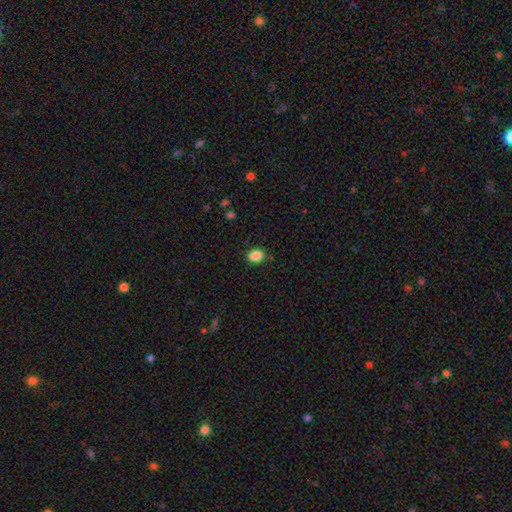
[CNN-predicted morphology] smooth_or_featured: smooth (p=0.87) [alt: star or artifact p=0.10]
how_rounded: in between (p=0.57) [alt: round p=0.42]
merging: none (p=0.86) [alt: minor disturbance p=0.09]